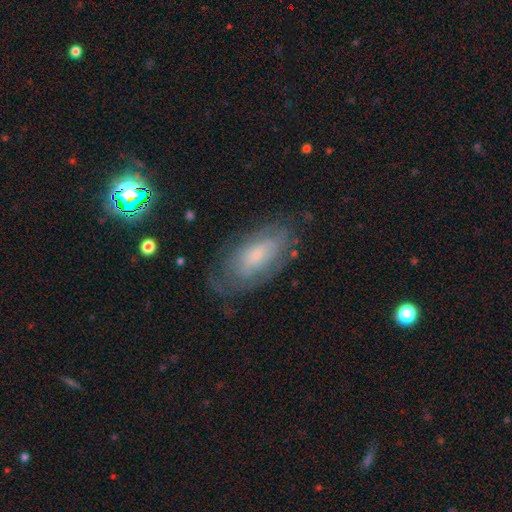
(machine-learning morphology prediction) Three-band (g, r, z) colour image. It shows a featured or disk galaxy (53%). Merging: none (65%).